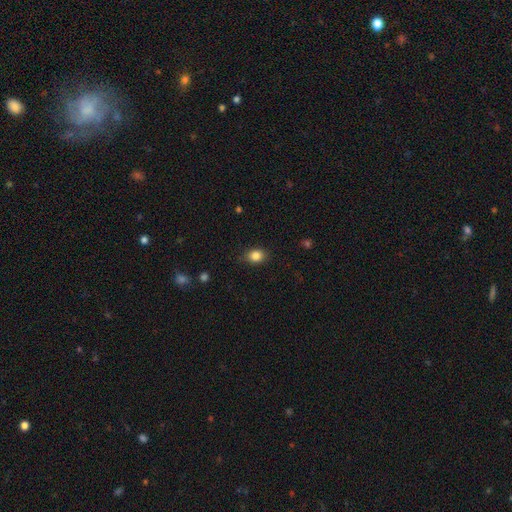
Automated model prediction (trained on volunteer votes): This appears to be a smooth galaxy with no disk features (85%) that is in between round and cigar-shaped (55%). Merging: none (84%).